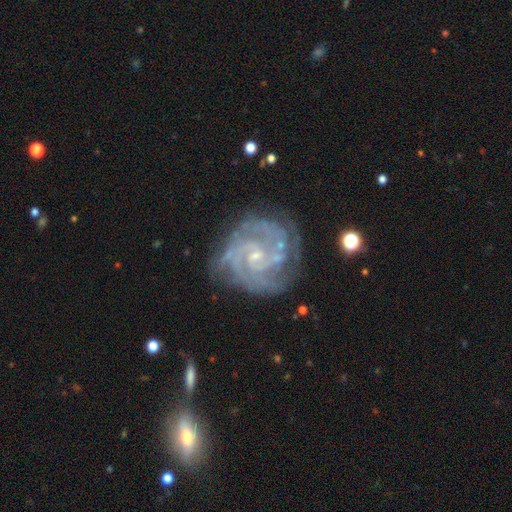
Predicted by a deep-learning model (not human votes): smooth-or-featured: featured or disk: 90% | star or artifact: 6% | smooth: 4%
  disk-edge-on: no: 98% | yes: 2%
    bar: no: 59% | weak: 33% | strong: 9%
    has-spiral-arms: yes: 98% | no: 2%
      spiral-winding: tight: 69% | medium: 27% | loose: 4%
      spiral-arm-count: 3: 31% | 2: 27% | 4: 15% | can't tell: 15% | more than 4: 6% | 1: 6%
    bulge-size: small: 79% | moderate: 14% | none: 6% | large: 1% | dominant: 1%
  merging: none: 70% | minor disturbance: 19% | major disturbance: 7% | merger: 4%